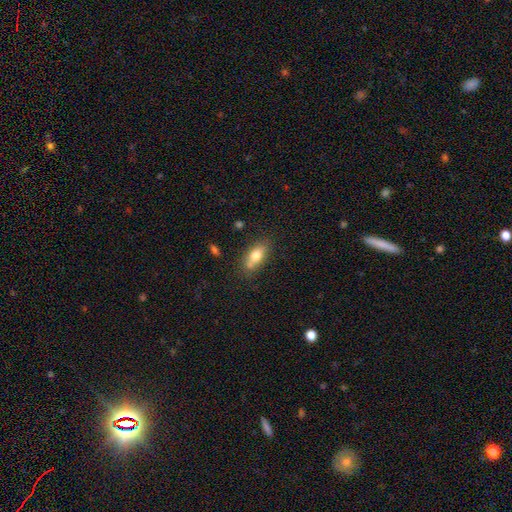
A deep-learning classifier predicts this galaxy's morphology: A smooth galaxy with no disk features (73%) that is in between round and cigar-shaped (83%).

Vote fractions:
- Smooth or featured? smooth: 73% / featured or disk: 19% / star or artifact: 8%
- How rounded? in between: 83% / cigar-shaped: 12% / round: 6%
- Merging? none: 64% / minor disturbance: 19% / merger: 12% / major disturbance: 5%